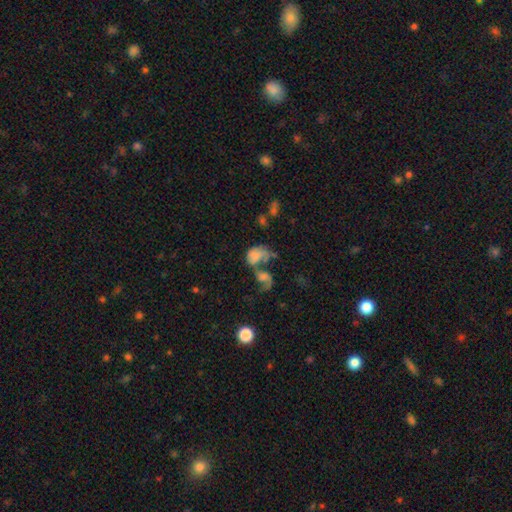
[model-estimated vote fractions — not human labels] Smooth or featured? Predicted: smooth (p=0.54). How rounded? Predicted: in between (p=0.76). Merging? Predicted: merger (p=0.55).